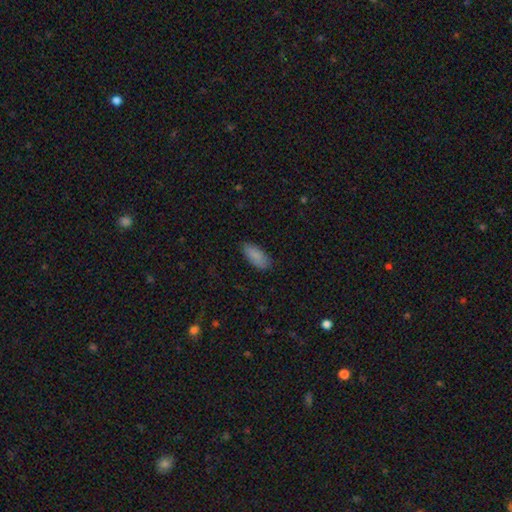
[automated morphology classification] Smooth or featured? Predicted: smooth (p=0.87). How rounded? Predicted: in between (p=0.84). Merging? Predicted: none (p=0.84).